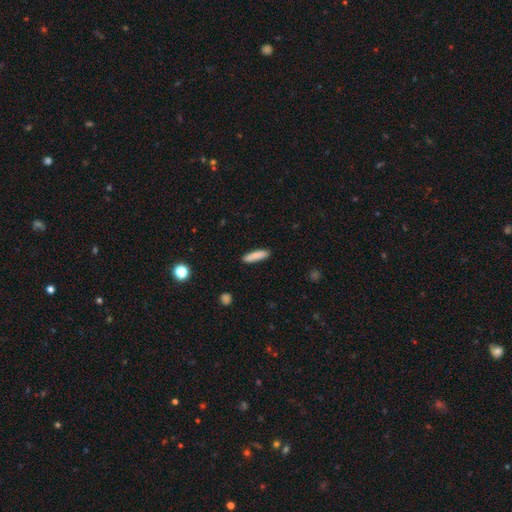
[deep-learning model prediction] Morphology: type=smooth (86%); roundness=cigar-shaped (75%); merging=none (87%).